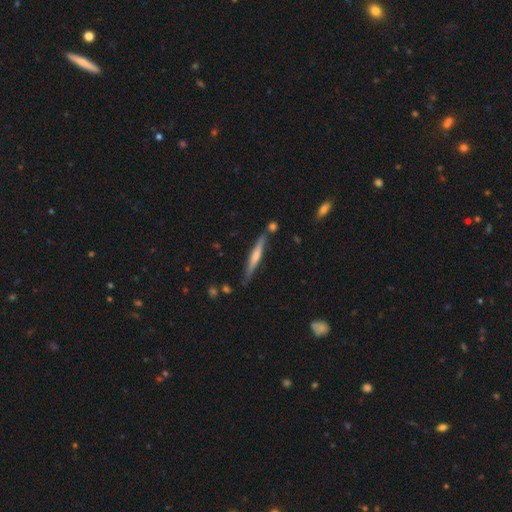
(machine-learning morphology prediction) This appears to be a featured or disk galaxy (60%) viewed edge-on (96%) with a rounded central bulge (60%). Merging: none (81%).